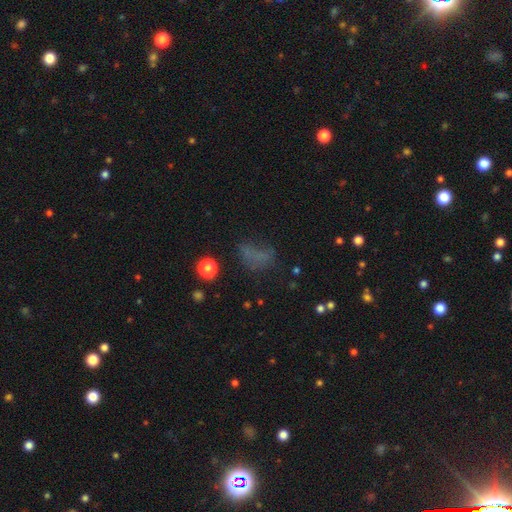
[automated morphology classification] Smooth or featured? Predicted: smooth (p=0.53). How rounded? Predicted: in between (p=0.70). Merging? Predicted: none (p=0.45).